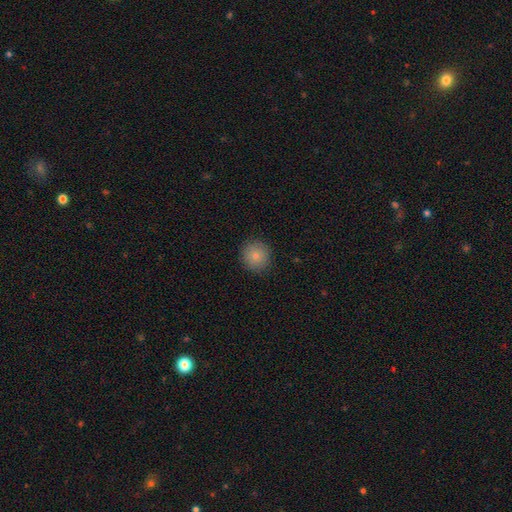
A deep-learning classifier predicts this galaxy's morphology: This appears to be a smooth galaxy with no disk features (83%) that is round (92%). Merging: none (91%).